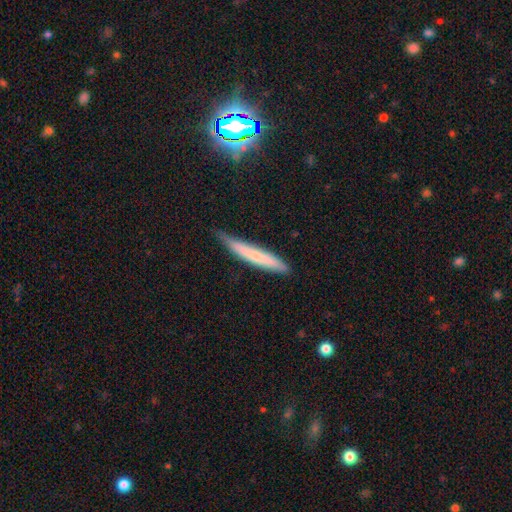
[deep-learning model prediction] This appears to be a smooth galaxy with no disk features (63%) that is cigar-shaped (94%). Merging: none (70%).